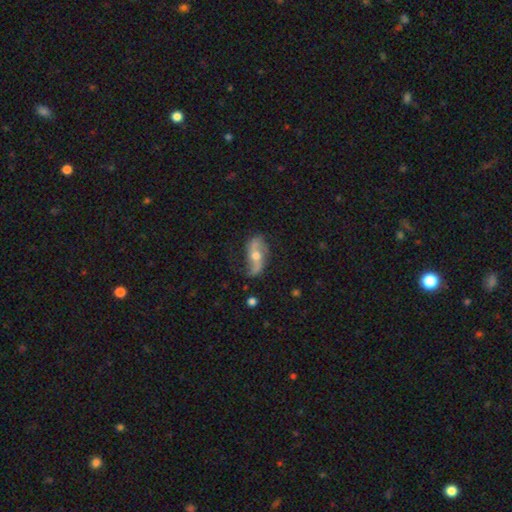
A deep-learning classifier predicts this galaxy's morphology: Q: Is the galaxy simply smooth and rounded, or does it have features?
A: featured or disk — 75%.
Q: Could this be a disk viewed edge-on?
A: no — 88%.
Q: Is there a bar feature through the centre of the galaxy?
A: no — 52%.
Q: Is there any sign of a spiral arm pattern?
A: yes — 90%.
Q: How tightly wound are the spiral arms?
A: loose — 80%.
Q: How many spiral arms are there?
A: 2 — 91%.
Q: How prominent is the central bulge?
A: moderate — 69%.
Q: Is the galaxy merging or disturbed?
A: none — 71%.